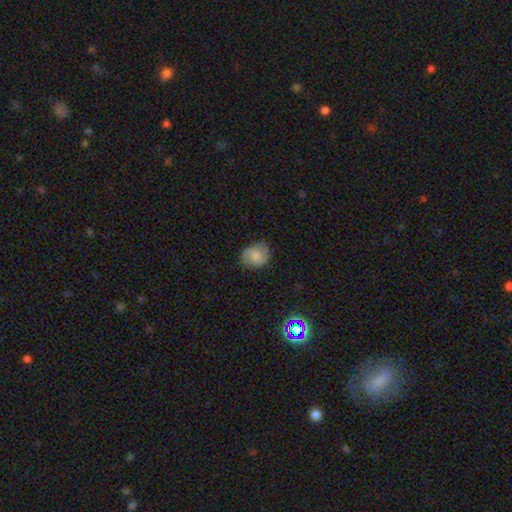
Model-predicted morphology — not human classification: Smooth or featured? smooth (59%)
How rounded? round (58%)
Merging? none (73%)